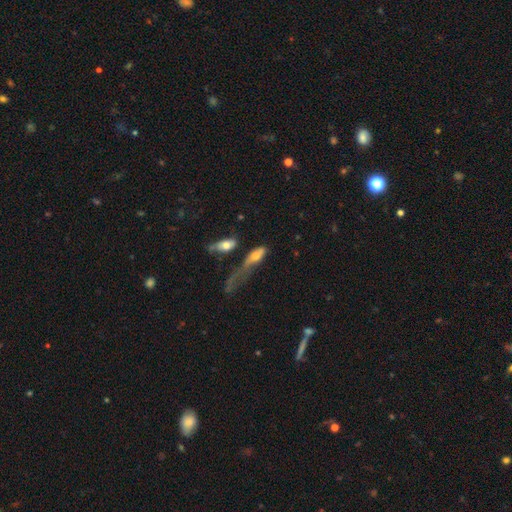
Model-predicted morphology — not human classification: Q: Smooth or featured?
A: smooth (63%); runner-up: featured or disk (29%)
Q: How rounded?
A: in between (73%); runner-up: cigar-shaped (22%)
Q: Merging?
A: major disturbance (40%); runner-up: merger (28%)